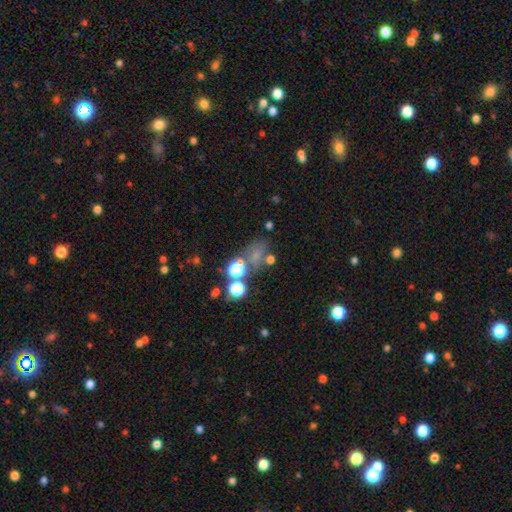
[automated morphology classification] Q: Smooth or featured?
A: smooth (52%); runner-up: star or artifact (34%)
Q: How rounded?
A: in between (49%); runner-up: round (48%)
Q: Merging?
A: none (55%); runner-up: merger (22%)